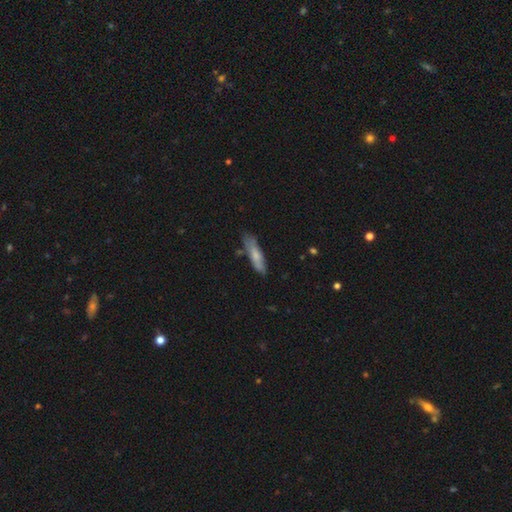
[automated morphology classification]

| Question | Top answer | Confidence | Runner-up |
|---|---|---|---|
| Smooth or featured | smooth | 67% | featured or disk (27%) |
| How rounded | cigar-shaped | 72% | in between (27%) |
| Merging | none | 65% | minor disturbance (24%) |